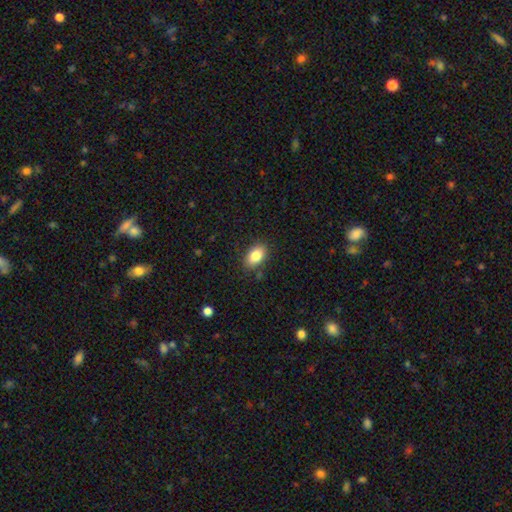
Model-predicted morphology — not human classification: A smooth galaxy with no disk features (84%) that is in between round and cigar-shaped (90%).

Vote fractions:
- Smooth or featured? smooth: 84% / featured or disk: 8% / star or artifact: 8%
- How rounded? in between: 90% / round: 9% / cigar-shaped: 2%
- Merging? none: 86% / minor disturbance: 10% / major disturbance: 3% / merger: 1%